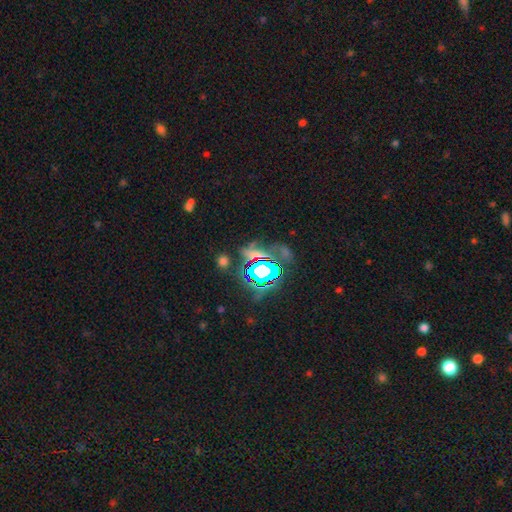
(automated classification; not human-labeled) smooth-or-featured: star or artifact: 60% | smooth: 23% | featured or disk: 18%